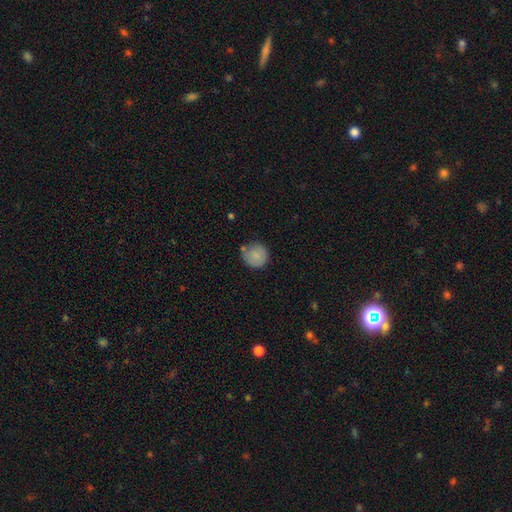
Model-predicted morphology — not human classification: smooth-or-featured: smooth: 84% | featured or disk: 8% | star or artifact: 7%
  how-rounded: round: 93% | in between: 6% | cigar-shaped: 1%
  merging: none: 73% | minor disturbance: 17% | merger: 6% | major disturbance: 4%